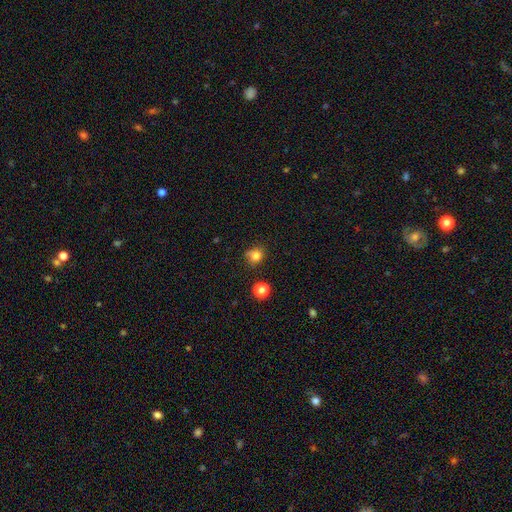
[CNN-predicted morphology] This is clearly a smooth galaxy (80%). How rounded: likely round (76%). Merging: likely none (68%).